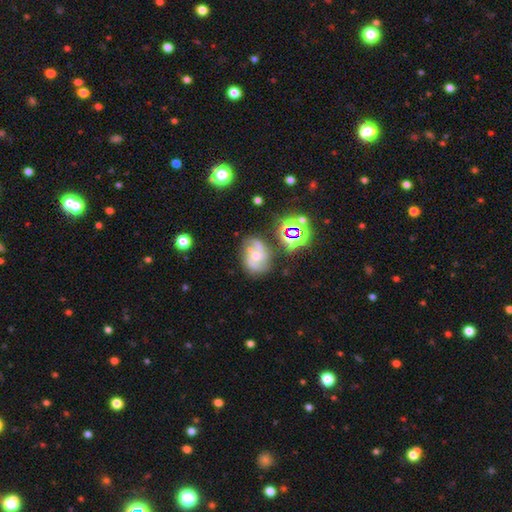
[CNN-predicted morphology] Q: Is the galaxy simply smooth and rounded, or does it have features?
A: featured or disk — 73%.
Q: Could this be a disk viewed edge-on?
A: no — 97%.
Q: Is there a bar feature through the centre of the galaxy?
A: no — 64%.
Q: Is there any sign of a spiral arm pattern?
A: yes — 94%.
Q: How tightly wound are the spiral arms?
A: medium — 49%.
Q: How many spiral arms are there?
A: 2 — 62%.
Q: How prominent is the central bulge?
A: small — 50%.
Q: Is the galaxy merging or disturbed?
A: none — 64%.